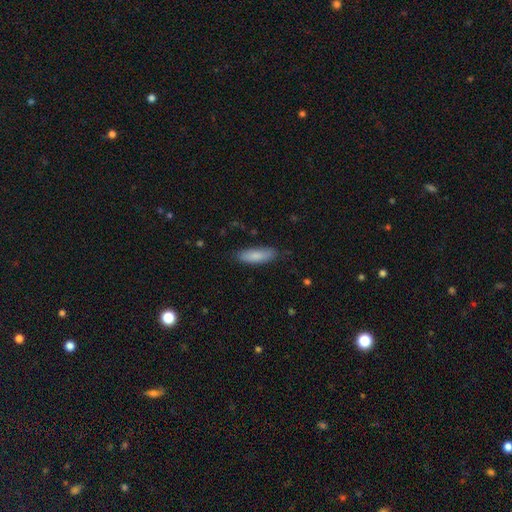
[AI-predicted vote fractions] Smooth or featured? Predicted: smooth (p=0.85). How rounded? Predicted: in between (p=0.51). Merging? Predicted: none (p=0.81).